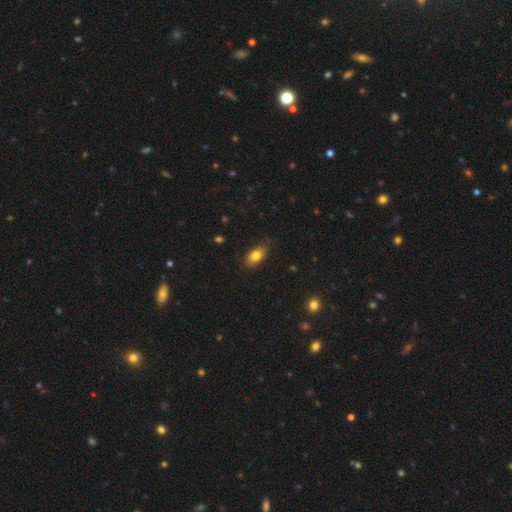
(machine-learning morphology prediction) This appears to be a smooth galaxy with no disk features (79%) that is in between round and cigar-shaped (85%). Merging: none (74%).